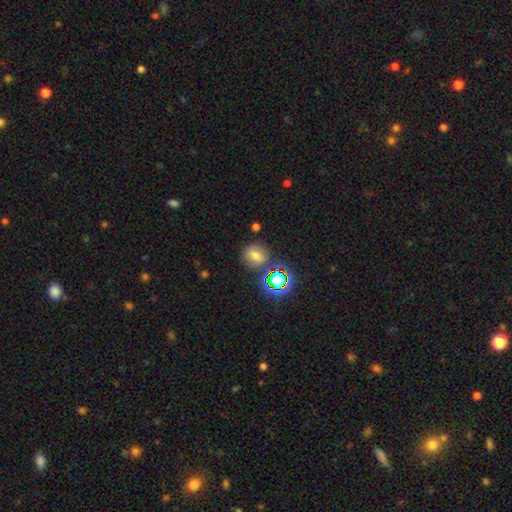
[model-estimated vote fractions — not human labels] Morphology: type=smooth (58%); roundness=round (71%); merging=none (75%).